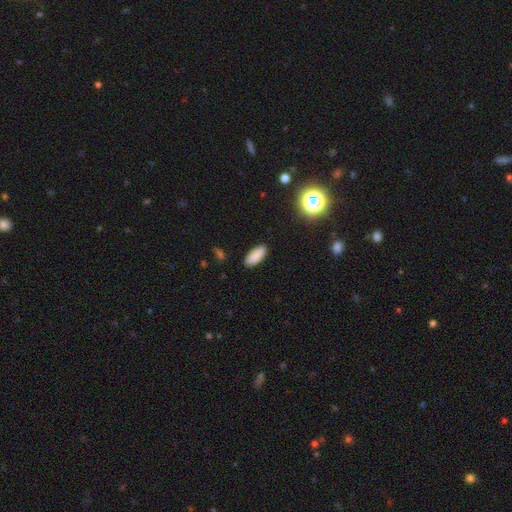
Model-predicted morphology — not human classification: A smooth galaxy with no disk features (87%) that is in between round and cigar-shaped (84%). Merging: none (89%).